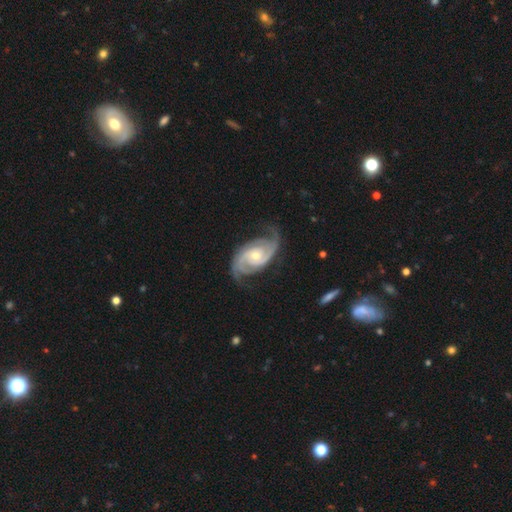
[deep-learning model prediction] Morphology: type=featured or disk (93%); edge-on=no (97%); bar=no (64%); spiral arms=yes (98%); winding=medium (49%); arm count=2 (81%); bulge=moderate (53%); merging=none (75%).